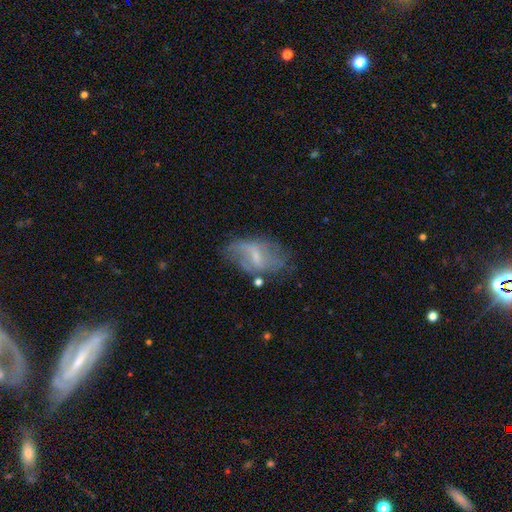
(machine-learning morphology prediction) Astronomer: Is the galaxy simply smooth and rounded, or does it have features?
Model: featured or disk — 63%.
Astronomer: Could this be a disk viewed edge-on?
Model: no — 94%.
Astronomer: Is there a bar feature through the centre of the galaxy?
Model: weak — 54%.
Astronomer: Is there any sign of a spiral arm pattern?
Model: yes — 66%.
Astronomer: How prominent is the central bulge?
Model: small — 60%.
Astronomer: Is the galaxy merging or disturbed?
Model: none — 53%.